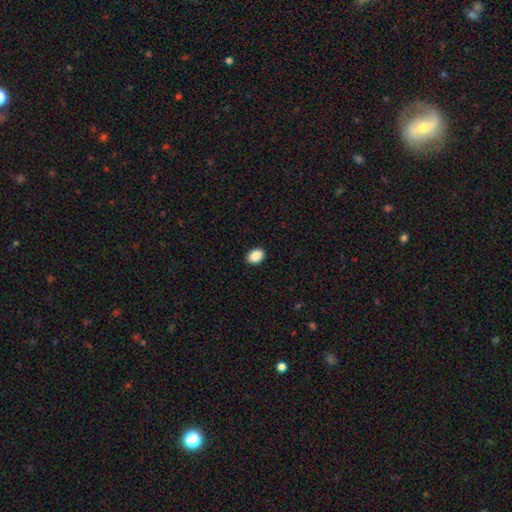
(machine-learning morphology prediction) Smooth or featured?
  - smooth: 90% *
  - star or artifact: 7%
  - featured or disk: 3%
How rounded?
  - in between: 72% *
  - round: 27%
  - cigar-shaped: 1%
Merging?
  - none: 91% *
  - minor disturbance: 6%
  - major disturbance: 2%
  - merger: 1%